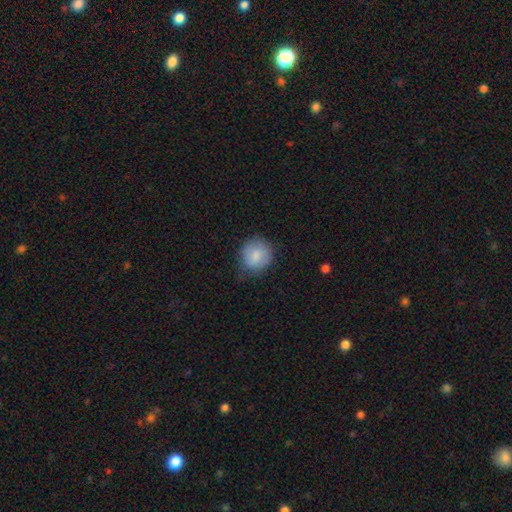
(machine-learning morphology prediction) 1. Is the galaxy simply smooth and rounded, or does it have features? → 82% smooth, 11% featured or disk, 7% star or artifact.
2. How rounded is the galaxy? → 83% round, 16% in between, 1% cigar-shaped.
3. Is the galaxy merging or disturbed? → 64% none, 27% minor disturbance, 7% major disturbance, 1% merger.